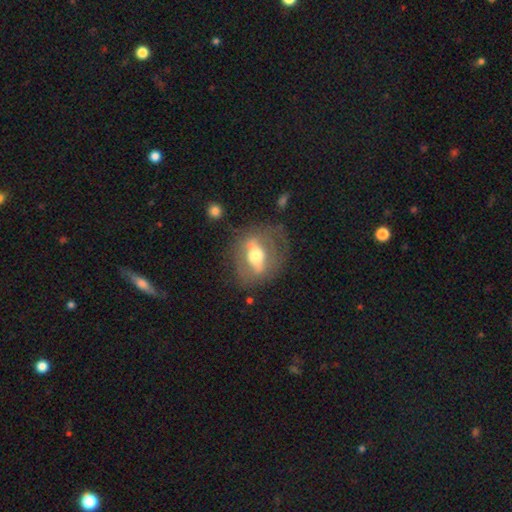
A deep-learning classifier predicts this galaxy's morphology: A featured or disk galaxy (65%).

Vote fractions:
- Smooth or featured? featured or disk: 65% / smooth: 28% / star or artifact: 7%
- Edge-on disk? no: 74% / yes: 26%
- Merging? none: 70% / minor disturbance: 16% / major disturbance: 12% / merger: 2%